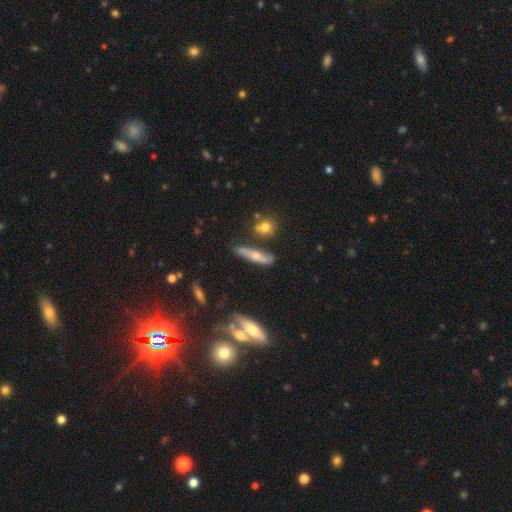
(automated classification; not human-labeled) The model was most divided on "smooth or featured": smooth: 47%, featured or disk: 45%, star or artifact: 8%. More confident: merging — none (67%).